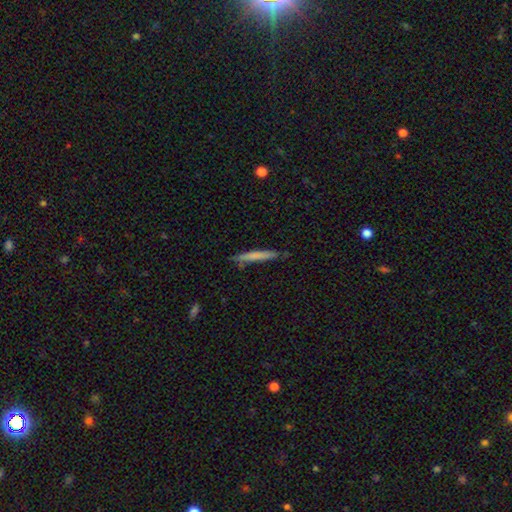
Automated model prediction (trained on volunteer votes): Q: Smooth or featured?
A: smooth (70%); runner-up: featured or disk (24%)
Q: How rounded?
A: cigar-shaped (95%); runner-up: in between (3%)
Q: Merging?
A: none (80%); runner-up: minor disturbance (15%)